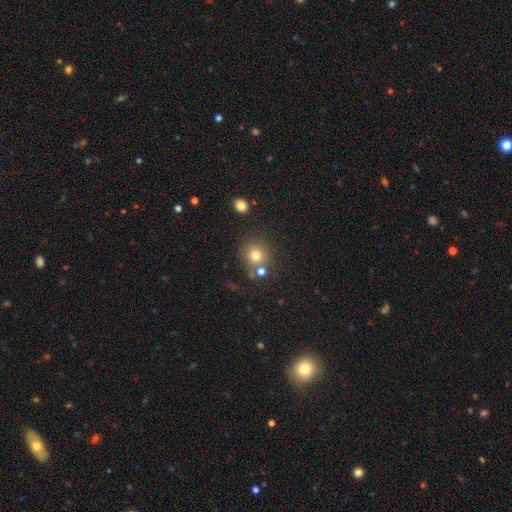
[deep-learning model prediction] Smooth or featured? smooth (76%)
How rounded? round (91%)
Merging? none (70%)